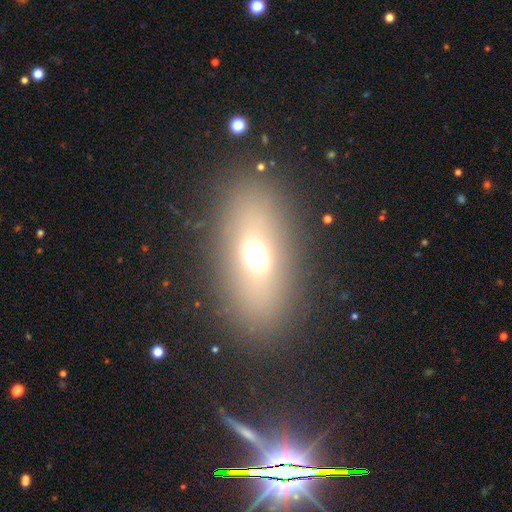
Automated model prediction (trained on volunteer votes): Overall: smooth (57%; featured or disk 25%). How rounded: in between (77%). Merging: none (85%).